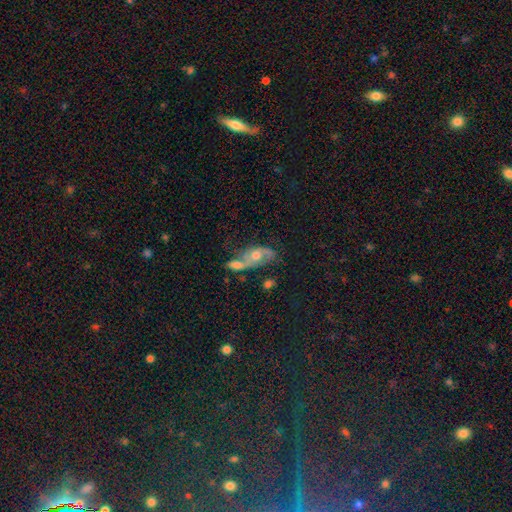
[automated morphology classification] Q: Smooth or featured?
A: featured or disk (62%); runner-up: smooth (28%)
Q: Edge-on disk?
A: no (93%); runner-up: yes (7%)
Q: Bar?
A: no (75%); runner-up: weak (20%)
Q: Spiral arms?
A: yes (72%); runner-up: no (28%)
Q: Bulge size?
A: moderate (70%); runner-up: small (15%)
Q: Merging?
A: merger (38%); runner-up: none (30%)